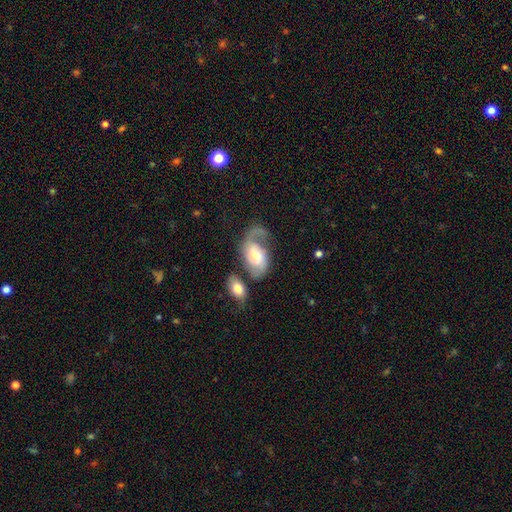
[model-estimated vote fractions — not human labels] smooth_or_featured: featured or disk (p=0.69) [alt: smooth p=0.25]
disk_edge_on: no (p=0.96) [alt: yes p=0.04]
bar: no (p=0.52) [alt: weak p=0.38]
has_spiral_arms: yes (p=0.88) [alt: no p=0.12]
spiral_winding: loose (p=0.47) [alt: medium p=0.39]
spiral_arm_count: 2 (p=0.61) [alt: 1 p=0.31]
bulge_size: moderate (p=0.41) [alt: large p=0.28]
merging: none (p=0.33) [alt: major disturbance p=0.29]